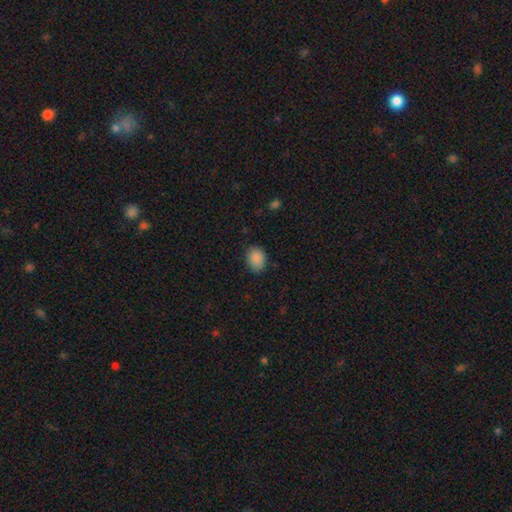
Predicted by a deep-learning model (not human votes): smooth 88%, star or artifact 9%, featured or disk 3%. Down the decision tree: how rounded — in between (63%); merging — none (80%).